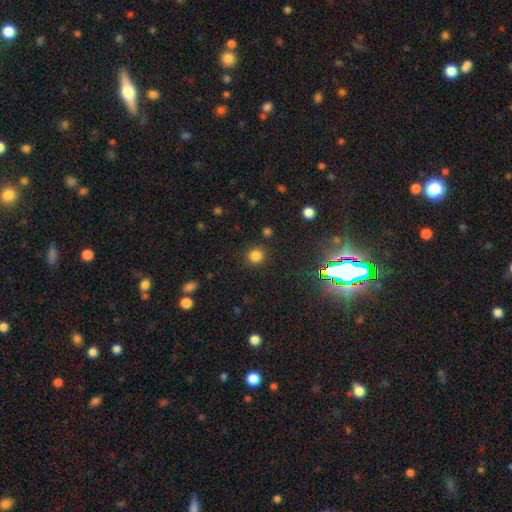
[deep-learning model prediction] smooth-or-featured: smooth: 80% | star or artifact: 15% | featured or disk: 4%
  how-rounded: round: 83% | in between: 16% | cigar-shaped: 1%
  merging: none: 88% | minor disturbance: 7% | major disturbance: 3% | merger: 2%